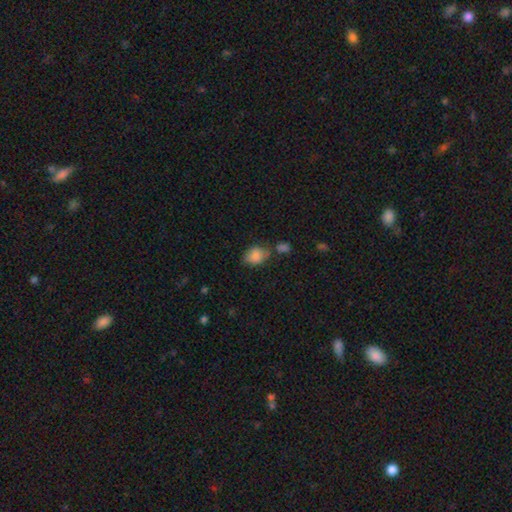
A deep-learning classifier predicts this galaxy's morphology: Smooth or featured?
  - smooth: 84% *
  - star or artifact: 9%
  - featured or disk: 8%
How rounded?
  - in between: 75% *
  - round: 24%
  - cigar-shaped: 1%
Merging?
  - none: 54% *
  - minor disturbance: 22%
  - merger: 17%
  - major disturbance: 7%